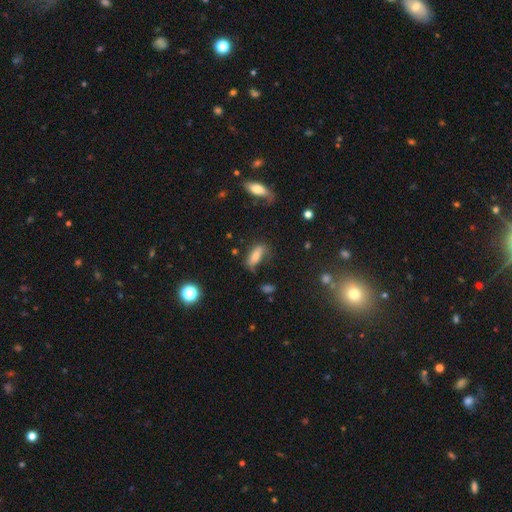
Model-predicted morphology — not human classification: A smooth galaxy with no disk features (75%) that is in between round and cigar-shaped (71%). Merging: none (55%).